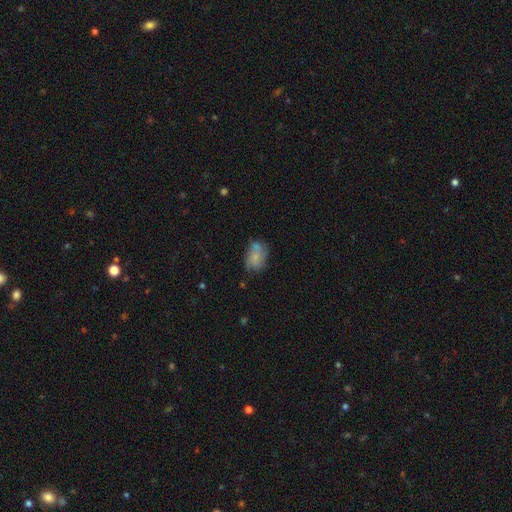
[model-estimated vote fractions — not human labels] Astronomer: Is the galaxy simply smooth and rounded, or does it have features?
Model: smooth — 62%.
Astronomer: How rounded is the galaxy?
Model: in between — 81%.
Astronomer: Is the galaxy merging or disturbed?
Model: none — 51%.